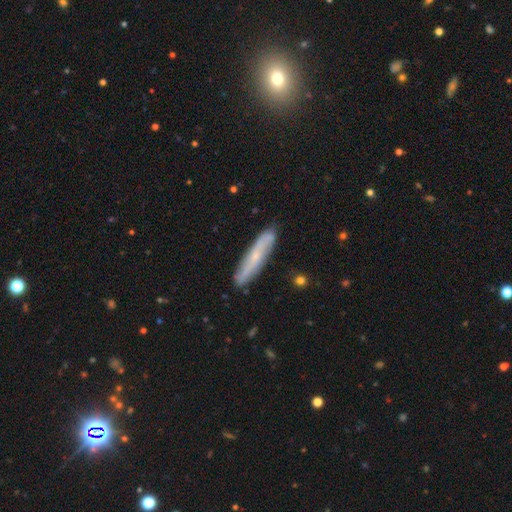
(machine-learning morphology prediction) Smooth or featured? Predicted: featured or disk (p=0.51). Edge-on disk? Predicted: yes (p=0.58). Merging? Predicted: none (p=0.85).